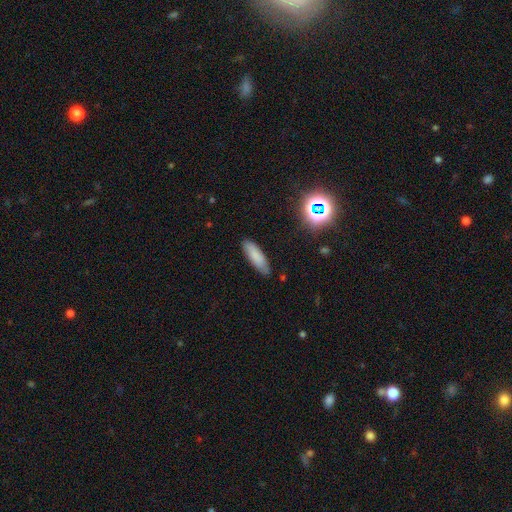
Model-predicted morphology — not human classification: type=smooth (82%); roundness=cigar-shaped (50%); merging=none (83%).